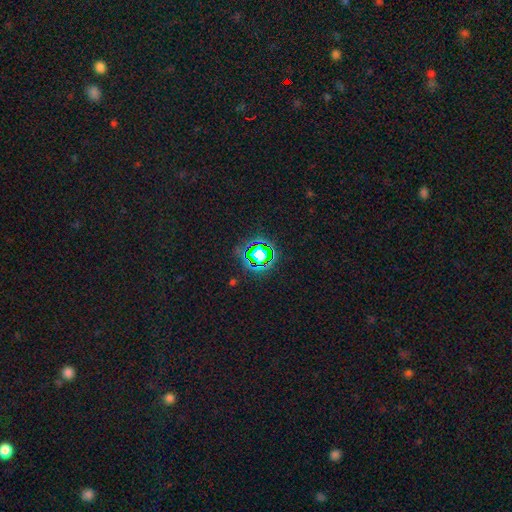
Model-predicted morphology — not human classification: smooth-or-featured: star or artifact: 77% | smooth: 16% | featured or disk: 7%